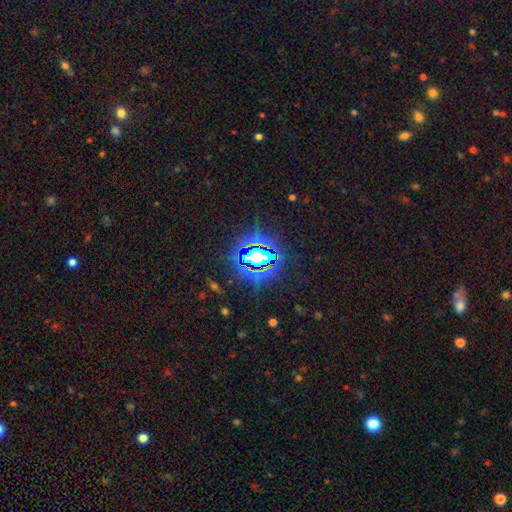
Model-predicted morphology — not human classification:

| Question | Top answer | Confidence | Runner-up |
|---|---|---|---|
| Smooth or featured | star or artifact | 78% | smooth (13%) |